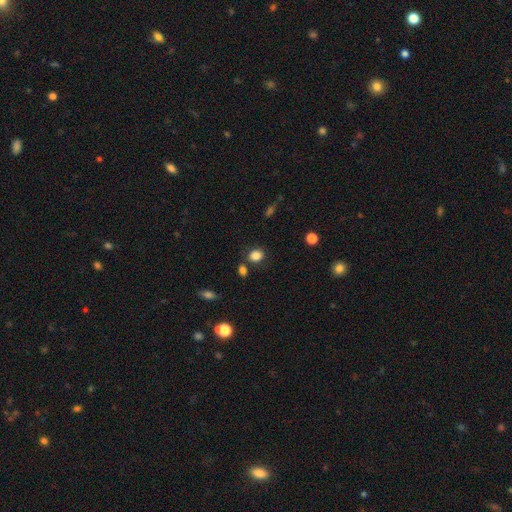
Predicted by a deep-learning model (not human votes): The model was most divided on "how rounded": round: 56%, in between: 43%, cigar-shaped: 1%. More confident: smooth or featured — smooth (84%); merging — none (77%).